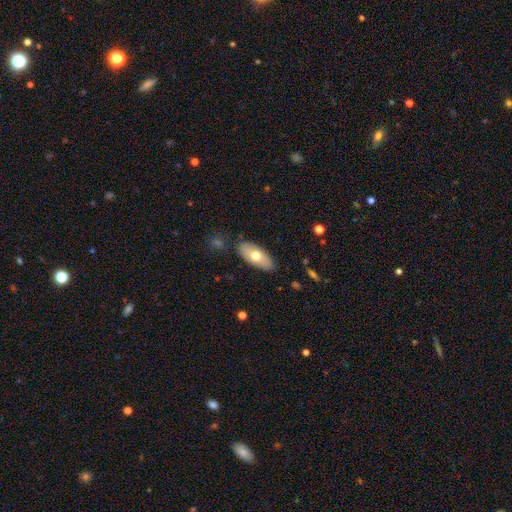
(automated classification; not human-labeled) This appears to be a smooth galaxy with no disk features (65%) that is in between round and cigar-shaped (87%). Merging: none (85%).